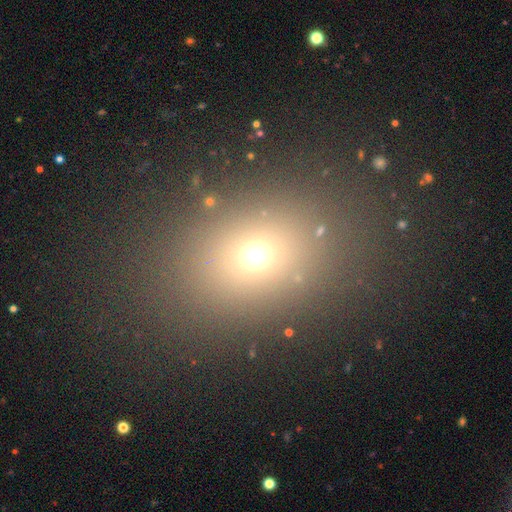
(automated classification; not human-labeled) This appears to be a smooth galaxy with no disk features (66%) that is in between round and cigar-shaped (56%). Merging: none (84%).